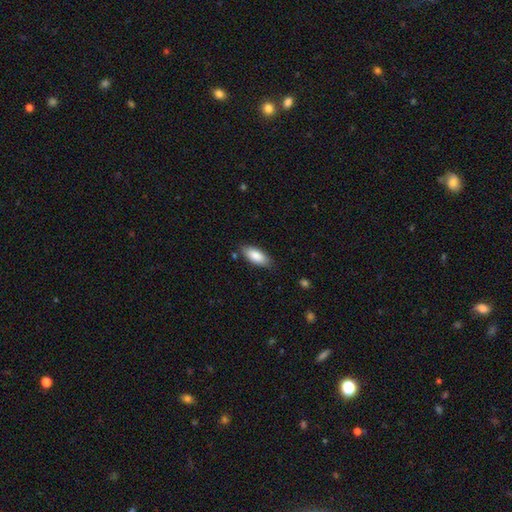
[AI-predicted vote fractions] A smooth galaxy with no disk features (86%) that is in between round and cigar-shaped (85%). Merging: none (83%).